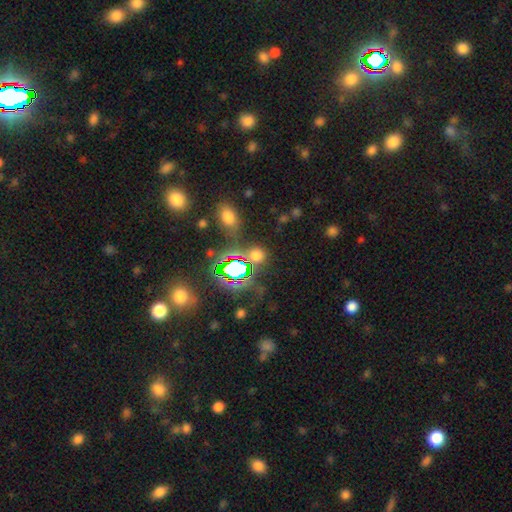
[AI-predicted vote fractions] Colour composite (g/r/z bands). It shows a smooth galaxy with no disk features (52%) that is round (81%). Merging: none (76%).